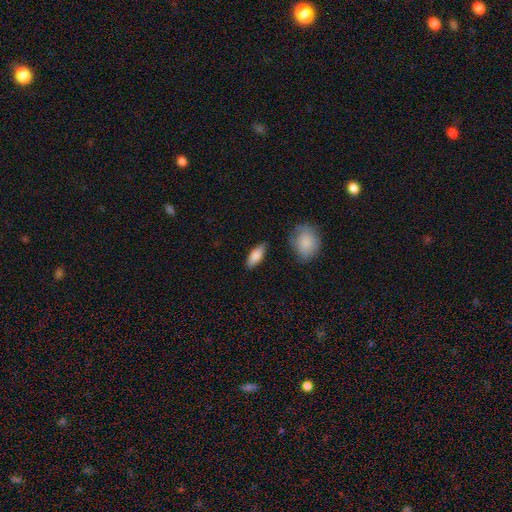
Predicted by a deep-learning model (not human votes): The model was most divided on "how rounded": in between: 78%, cigar-shaped: 20%, round: 3%. More confident: smooth or featured — smooth (83%); merging — none (82%).